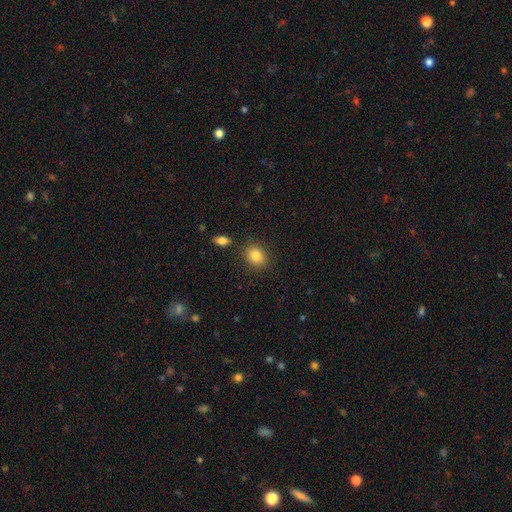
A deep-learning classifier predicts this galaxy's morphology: A smooth galaxy with no disk features (84%) that is in between round and cigar-shaped (50%). Merging: none (85%).